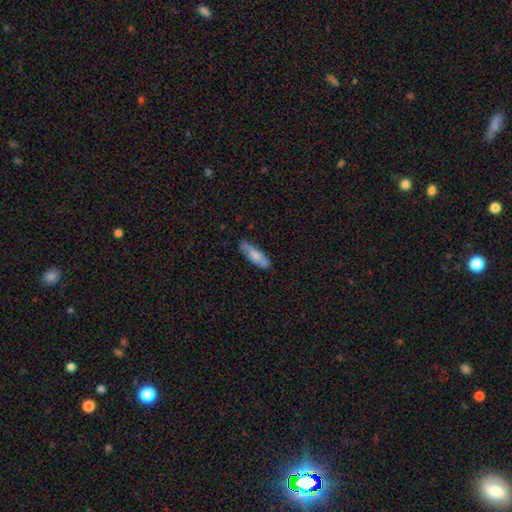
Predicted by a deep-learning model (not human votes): This appears to be a smooth galaxy with no disk features (68%) that is cigar-shaped (50%). Merging: none (75%).